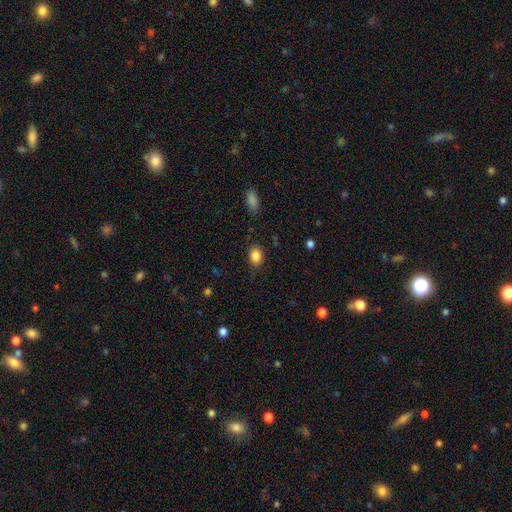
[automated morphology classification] A smooth galaxy with no disk features (86%) that is in between round and cigar-shaped (68%).

Vote fractions:
- Smooth or featured? smooth: 86% / star or artifact: 9% / featured or disk: 5%
- How rounded? in between: 68% / round: 31% / cigar-shaped: 1%
- Merging? none: 82% / minor disturbance: 13% / major disturbance: 3% / merger: 1%